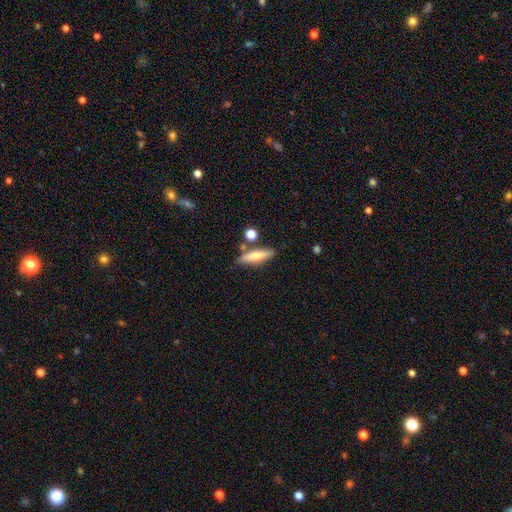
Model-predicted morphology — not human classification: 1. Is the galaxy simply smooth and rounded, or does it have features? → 63% smooth, 30% featured or disk, 7% star or artifact.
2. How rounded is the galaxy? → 70% cigar-shaped, 26% in between, 3% round.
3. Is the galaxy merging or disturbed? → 75% none, 12% minor disturbance, 10% merger, 3% major disturbance.